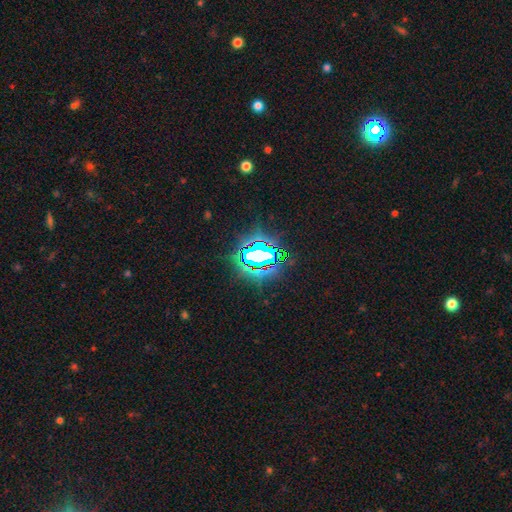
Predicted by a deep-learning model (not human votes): smooth-or-featured: star or artifact: 75% | smooth: 13% | featured or disk: 12%